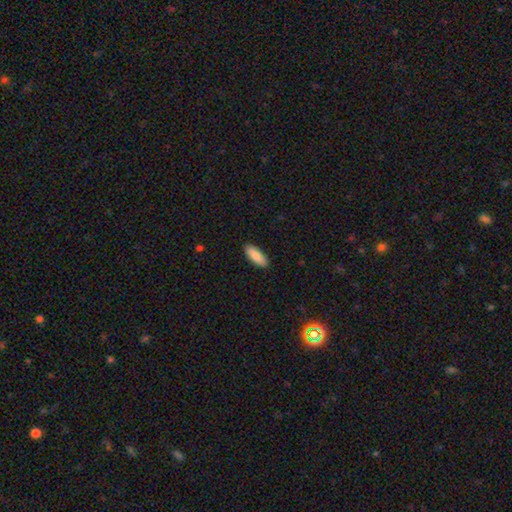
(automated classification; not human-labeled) Overall: smooth (87%). How rounded: in between (72%). Merging: none (90%).